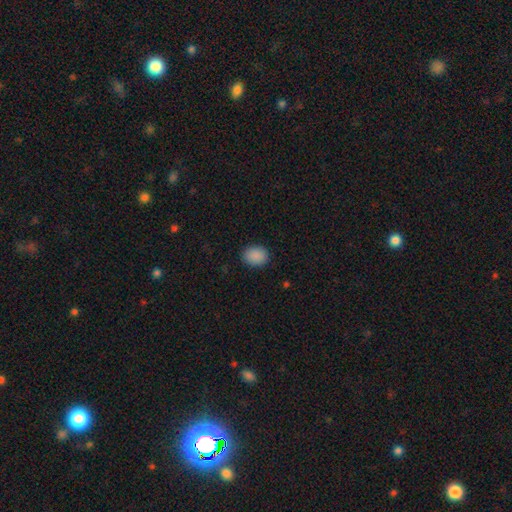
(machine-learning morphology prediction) The model was most divided on "how rounded": in between: 57%, round: 42%, cigar-shaped: 1%. More confident: smooth or featured — smooth (89%); merging — none (89%).